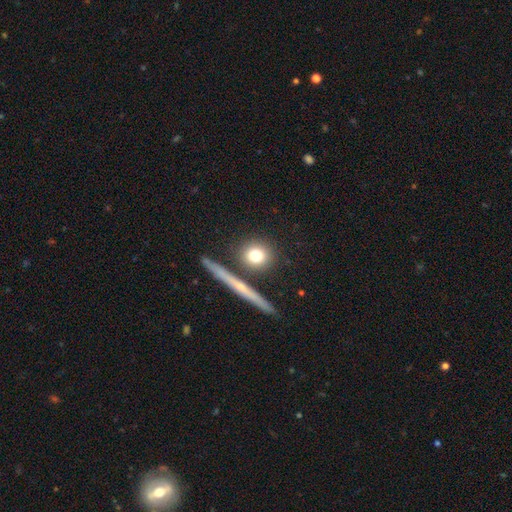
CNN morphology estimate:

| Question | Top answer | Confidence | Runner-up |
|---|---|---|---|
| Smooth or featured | smooth | 75% | featured or disk (15%) |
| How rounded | round | 83% | in between (10%) |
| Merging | none | 82% | minor disturbance (8%) |